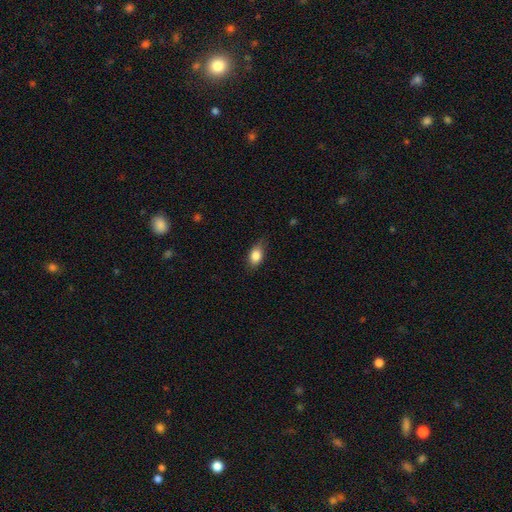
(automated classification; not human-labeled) smooth_or_featured: smooth (p=0.84) [alt: featured or disk p=0.08]
how_rounded: in between (p=0.84) [alt: round p=0.12]
merging: none (p=0.73) [alt: minor disturbance p=0.22]